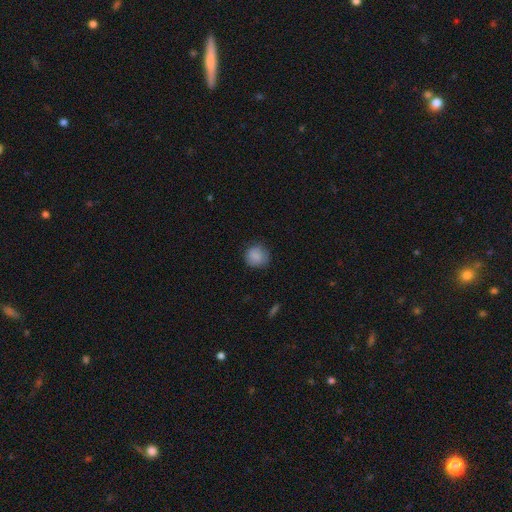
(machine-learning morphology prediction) This is clearly a smooth galaxy (86%). How rounded: clearly round (88%). Merging: likely none (77%).